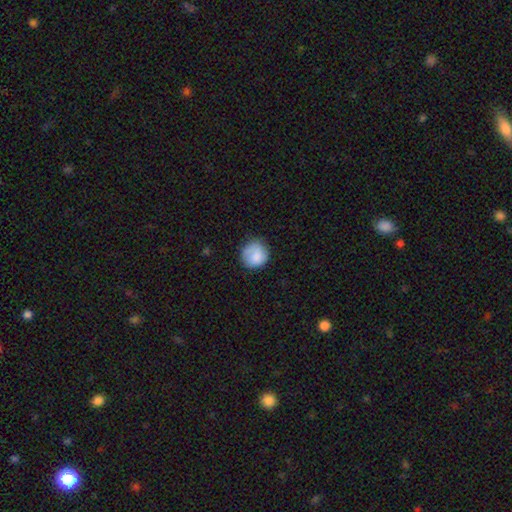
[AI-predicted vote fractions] Smooth or featured? smooth (81%)
How rounded? round (87%)
Merging? none (71%)